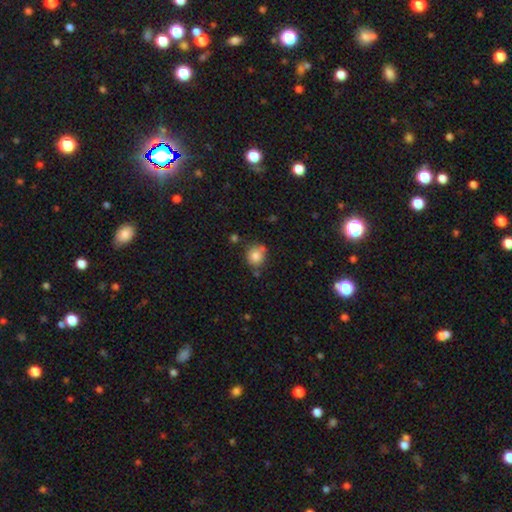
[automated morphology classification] smooth-or-featured: smooth: 82% | star or artifact: 10% | featured or disk: 8%
  how-rounded: round: 82% | in between: 17% | cigar-shaped: 1%
  merging: none: 67% | minor disturbance: 18% | merger: 11% | major disturbance: 4%